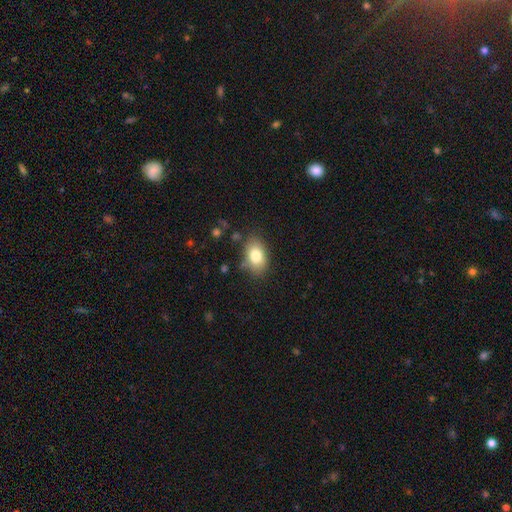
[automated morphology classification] This appears to be a smooth galaxy with no disk features (80%) that is in between round and cigar-shaped (85%). Merging: none (79%).